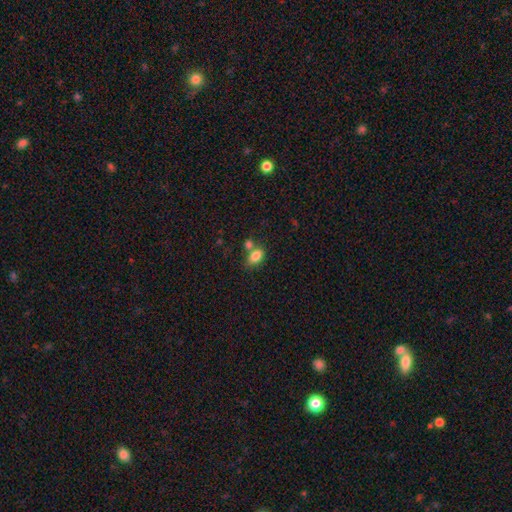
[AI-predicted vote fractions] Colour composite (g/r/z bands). It shows a smooth galaxy with no disk features (82%) that is in between round and cigar-shaped (81%). Merging: none (47%).